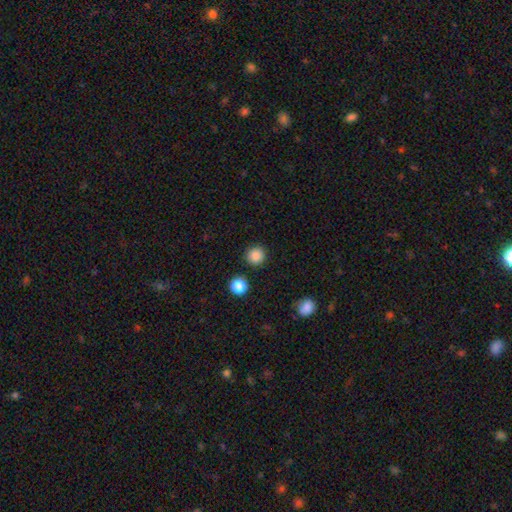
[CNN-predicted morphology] This is clearly a smooth galaxy (86%). How rounded: clearly round (94%). Merging: clearly none (90%).